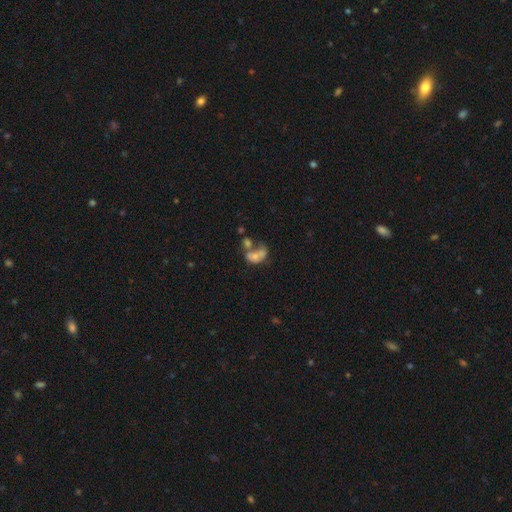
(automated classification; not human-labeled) Morphology: type=smooth (53%); roundness=in between (75%); merging=merger (57%).